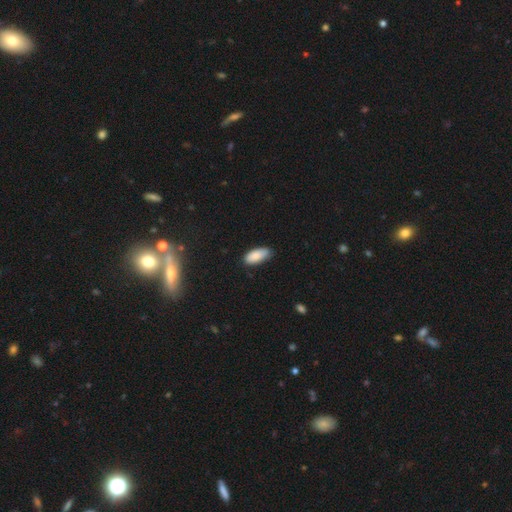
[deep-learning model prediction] smooth_or_featured: smooth (p=0.87) [alt: star or artifact p=0.07]
how_rounded: in between (p=0.87) [alt: cigar-shaped p=0.11]
merging: none (p=0.76) [alt: minor disturbance p=0.20]